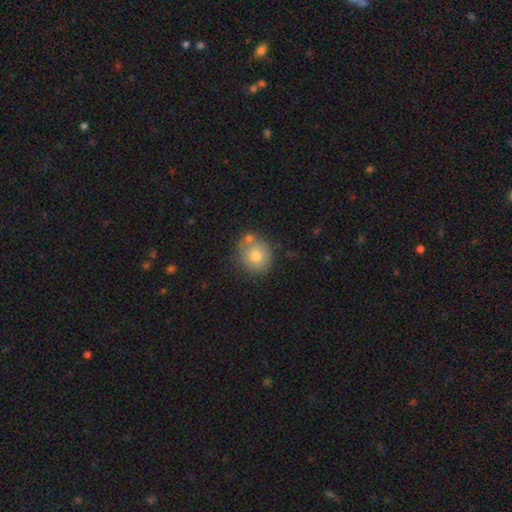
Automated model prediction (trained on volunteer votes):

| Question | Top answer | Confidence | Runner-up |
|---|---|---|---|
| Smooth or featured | smooth | 76% | featured or disk (14%) |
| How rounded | round | 87% | in between (13%) |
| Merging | none | 67% | merger (16%) |